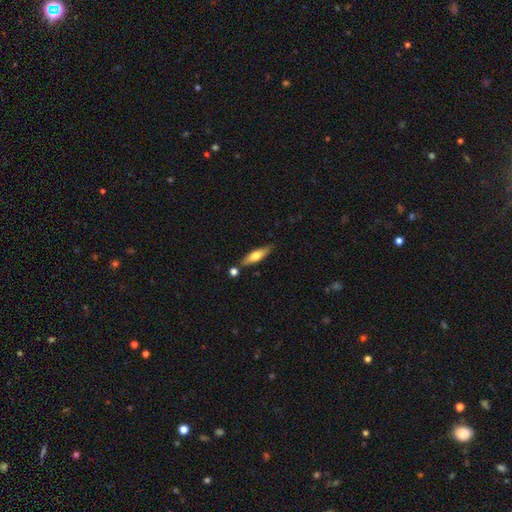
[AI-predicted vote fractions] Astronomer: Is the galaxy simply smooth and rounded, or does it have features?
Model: smooth — 55% (runner-up: featured or disk, 39%).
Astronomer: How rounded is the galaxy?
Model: cigar-shaped — 68%.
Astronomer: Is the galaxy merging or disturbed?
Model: none — 78%.